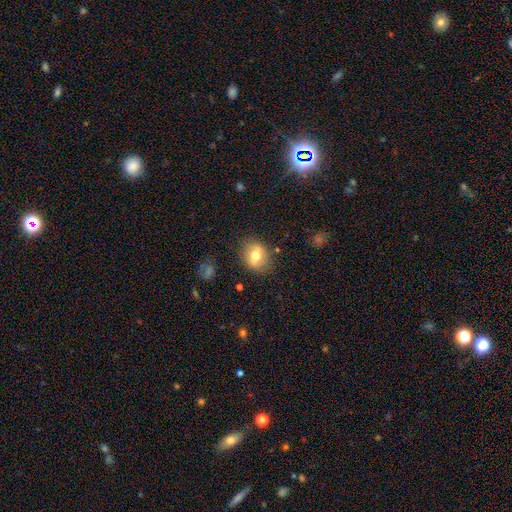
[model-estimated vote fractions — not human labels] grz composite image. It shows a smooth galaxy with no disk features (67%) that is round (56%). Merging: none (81%).